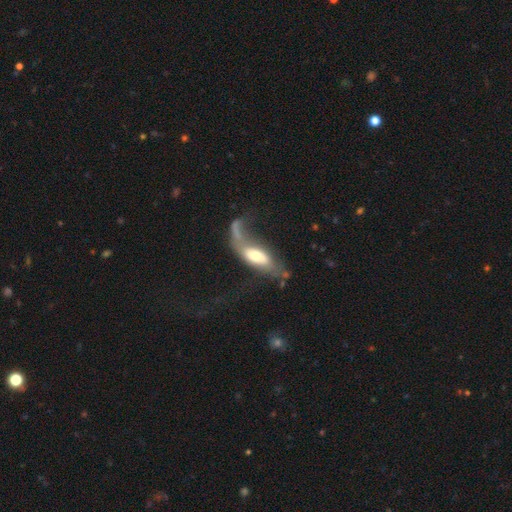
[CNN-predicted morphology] A featured or disk galaxy (47%). Merging: major disturbance (47%).